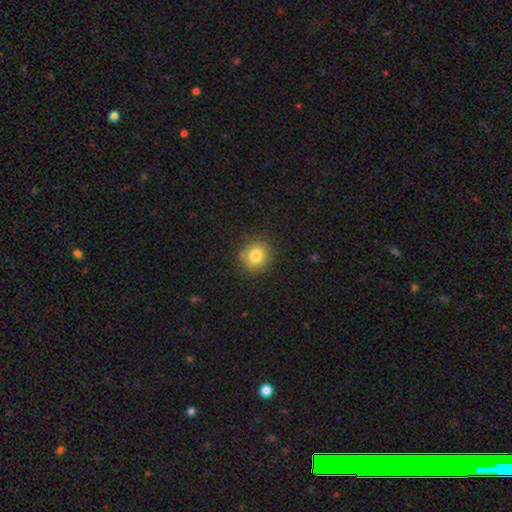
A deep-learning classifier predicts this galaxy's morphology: Smooth or featured? Predicted: smooth (p=0.81). How rounded? Predicted: round (p=0.86). Merging? Predicted: none (p=0.85).